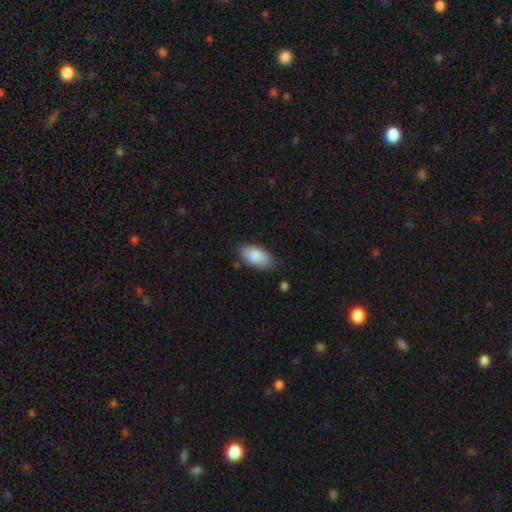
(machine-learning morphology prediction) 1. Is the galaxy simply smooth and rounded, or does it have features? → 87% smooth, 7% featured or disk, 6% star or artifact.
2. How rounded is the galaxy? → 94% in between, 3% cigar-shaped, 2% round.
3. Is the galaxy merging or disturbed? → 78% none, 17% minor disturbance, 3% major disturbance, 2% merger.